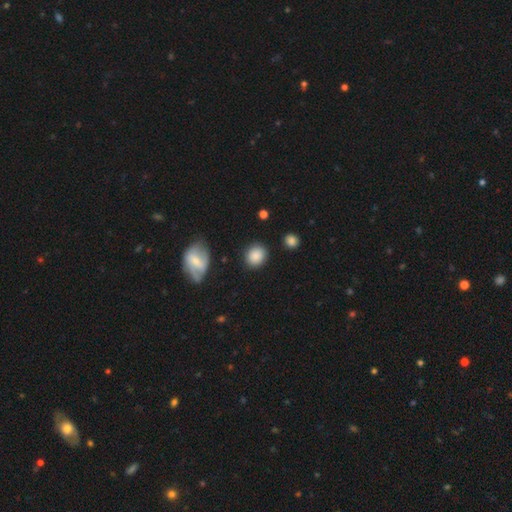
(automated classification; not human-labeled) A smooth galaxy with no disk features (85%) that is round (71%). Merging: none (83%).